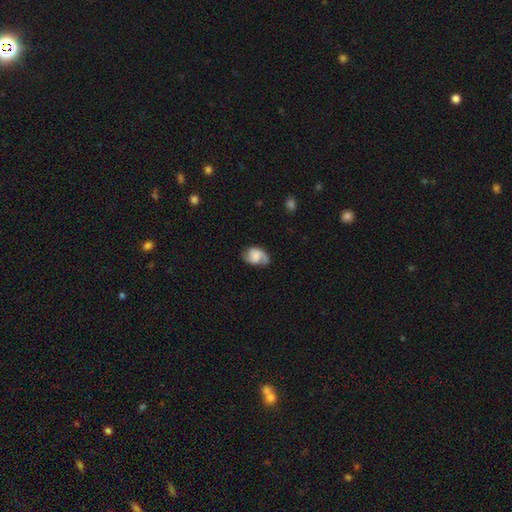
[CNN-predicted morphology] Q: Smooth or featured?
A: featured or disk (47%); runner-up: smooth (44%)
Q: Merging?
A: none (53%); runner-up: minor disturbance (29%)